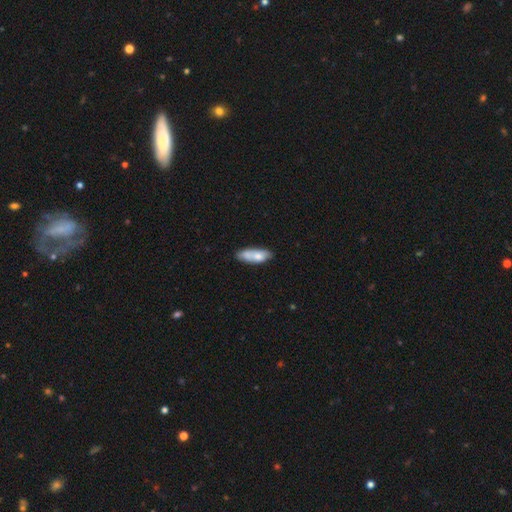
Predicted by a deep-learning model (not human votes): A smooth galaxy with no disk features (71%) that is in between round and cigar-shaped (68%). Merging: none (63%).